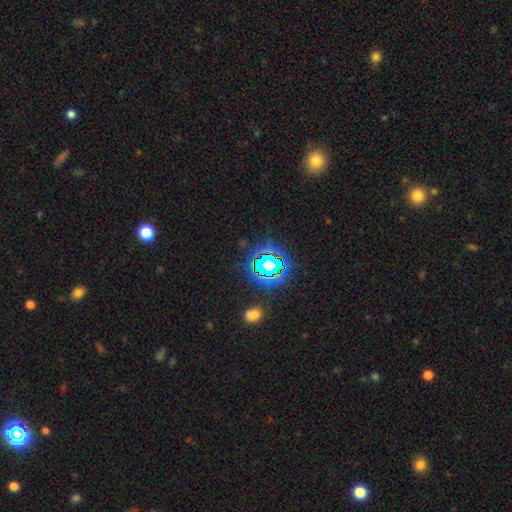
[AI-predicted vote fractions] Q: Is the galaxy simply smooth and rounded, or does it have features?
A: star or artifact — 79%.